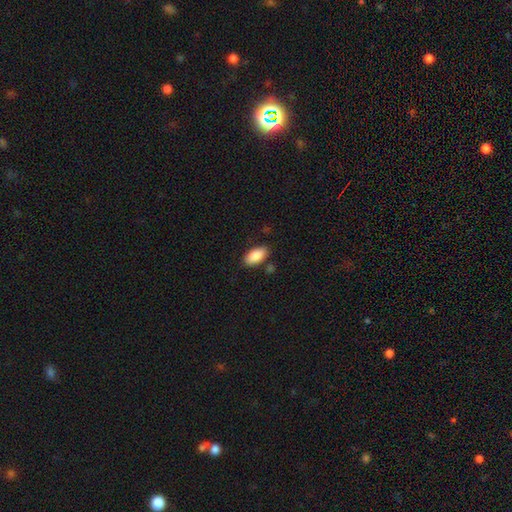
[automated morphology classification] Overall: smooth (88%). How rounded: in between (93%). Merging: none (82%).